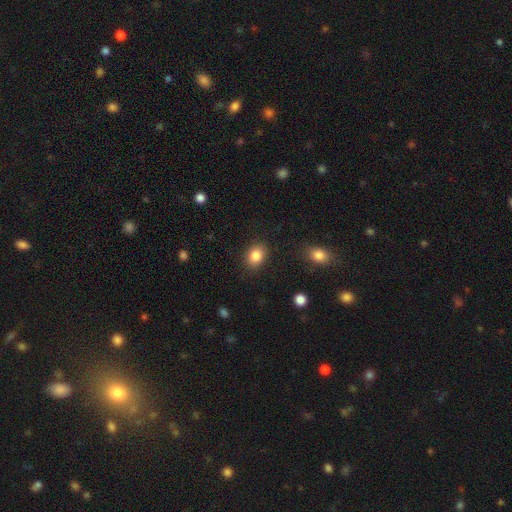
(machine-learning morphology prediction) This is clearly a smooth galaxy (85%). How rounded: possibly in between (59%). Merging: clearly none (87%).